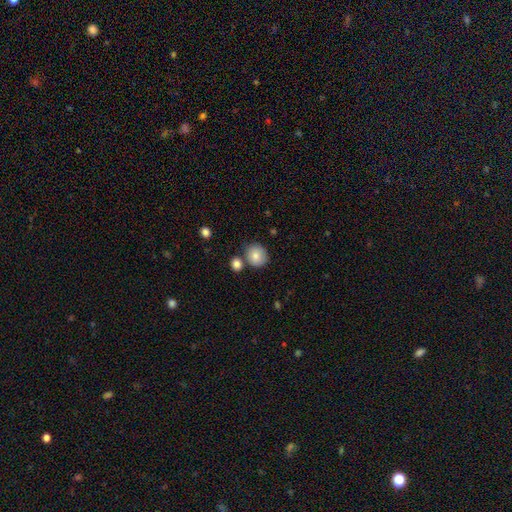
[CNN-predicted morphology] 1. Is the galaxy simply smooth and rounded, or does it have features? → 82% smooth, 10% featured or disk, 9% star or artifact.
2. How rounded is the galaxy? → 83% round, 16% in between, 1% cigar-shaped.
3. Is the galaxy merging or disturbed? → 71% none, 15% merger, 11% minor disturbance, 3% major disturbance.